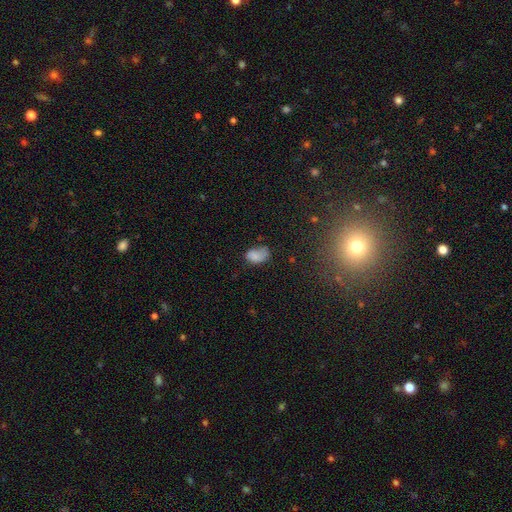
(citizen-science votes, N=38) smooth-or-featured: smooth: 87% | featured or disk: 8% | star or artifact: 5%
  how-rounded: in between: 85% | round: 15% | cigar-shaped: 0%
  merging: none: 50% | minor disturbance: 36% | major disturbance: 14% | merger: 0%